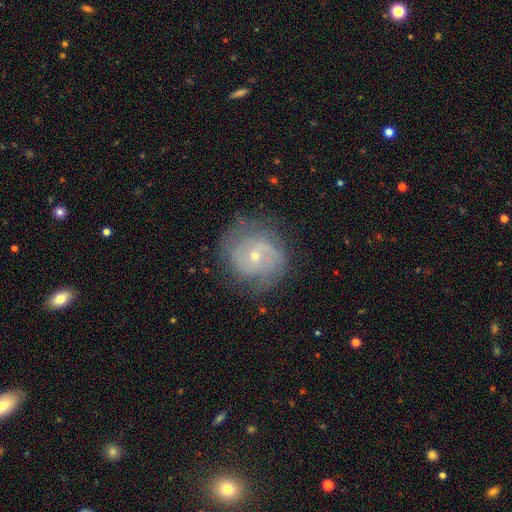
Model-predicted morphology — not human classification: smooth_or_featured: featured or disk (p=0.72) [alt: smooth p=0.19]
disk_edge_on: no (p=0.97) [alt: yes p=0.03]
bar: no (p=0.68) [alt: weak p=0.27]
has_spiral_arms: yes (p=0.88) [alt: no p=0.12]
spiral_winding: tight (p=0.49) [alt: medium p=0.37]
spiral_arm_count: 2 (p=0.52) [alt: can't tell p=0.27]
bulge_size: small (p=0.66) [alt: moderate p=0.31]
merging: none (p=0.73) [alt: minor disturbance p=0.18]